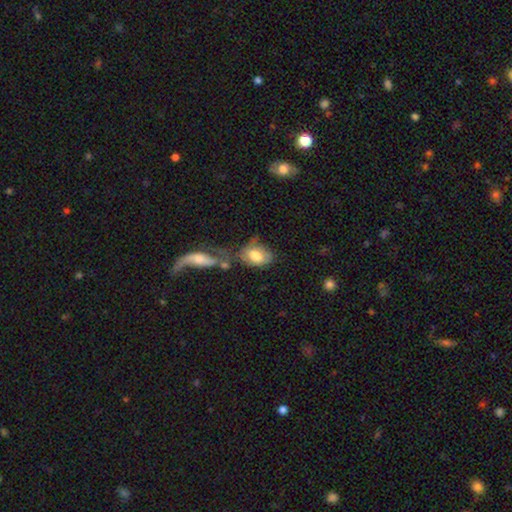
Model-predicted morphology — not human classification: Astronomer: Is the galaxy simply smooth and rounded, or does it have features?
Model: smooth — 74%.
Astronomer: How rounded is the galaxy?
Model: in between — 83%.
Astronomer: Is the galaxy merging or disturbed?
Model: none — 33% (runner-up: merger, 30%).